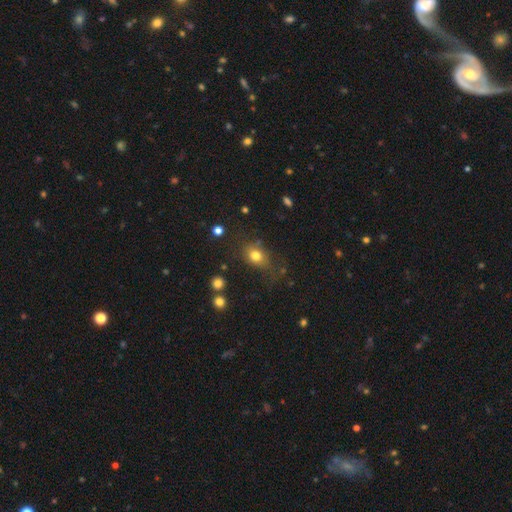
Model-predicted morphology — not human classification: A smooth galaxy with no disk features (77%) that is in between round and cigar-shaped (57%). Merging: none (66%).